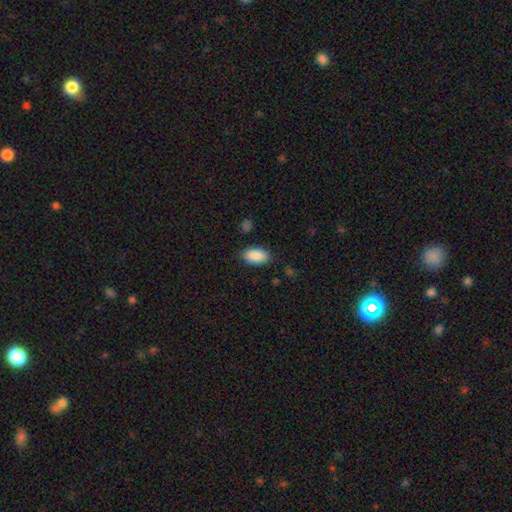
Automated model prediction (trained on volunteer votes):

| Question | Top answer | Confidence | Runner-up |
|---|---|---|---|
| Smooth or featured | smooth | 90% | star or artifact (7%) |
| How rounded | in between | 94% | round (4%) |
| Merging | none | 85% | minor disturbance (10%) |